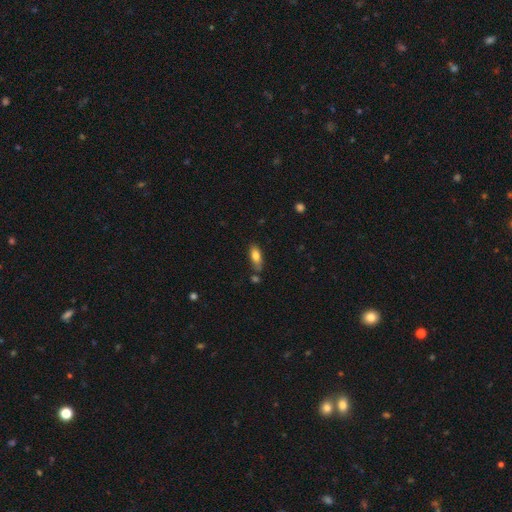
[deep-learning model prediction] A smooth galaxy with no disk features (79%) that is in between round and cigar-shaped (81%). Merging: none (63%).